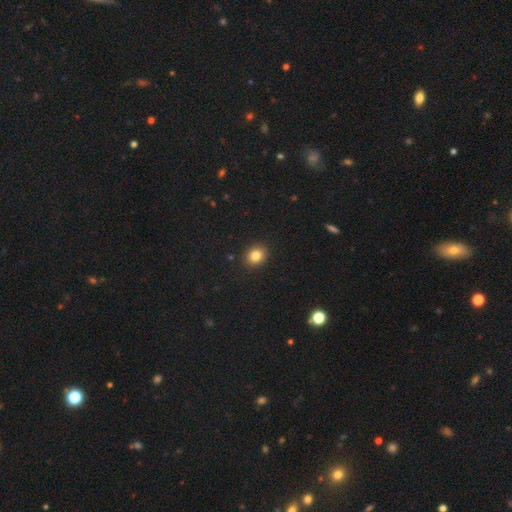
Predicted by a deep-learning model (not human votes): The model was most divided on "how rounded": round: 66%, in between: 33%, cigar-shaped: 1%. More confident: merging — none (91%); smooth or featured — smooth (83%).